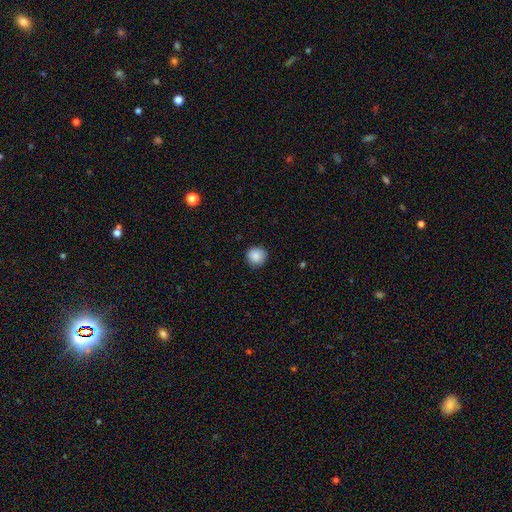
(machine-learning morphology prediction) The model was most divided on "merging": none: 87%, minor disturbance: 10%, major disturbance: 2%, merger: 1%. More confident: how rounded — round (93%); smooth or featured — smooth (88%).